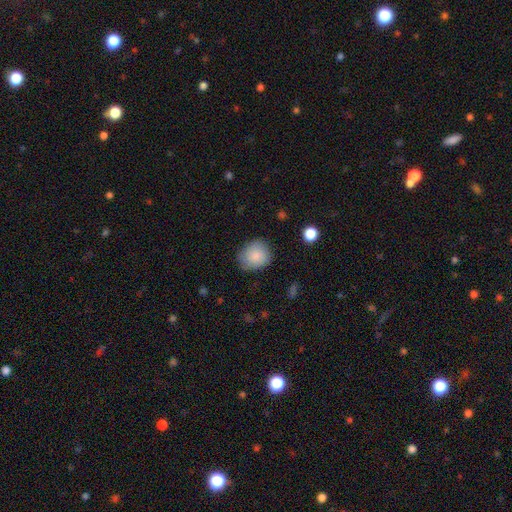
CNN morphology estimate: smooth 85%, featured or disk 8%, star or artifact 7%. Down the decision tree: how rounded — round (74%); merging — none (76%).